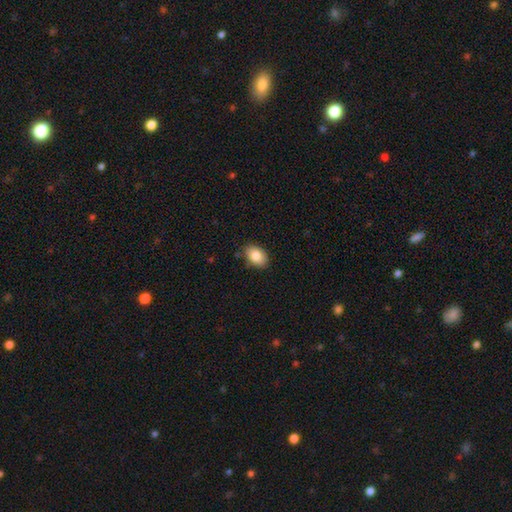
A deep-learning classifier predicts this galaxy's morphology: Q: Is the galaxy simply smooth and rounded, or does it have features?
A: smooth — 85%.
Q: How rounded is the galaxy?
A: in between — 84%.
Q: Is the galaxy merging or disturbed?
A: none — 85%.